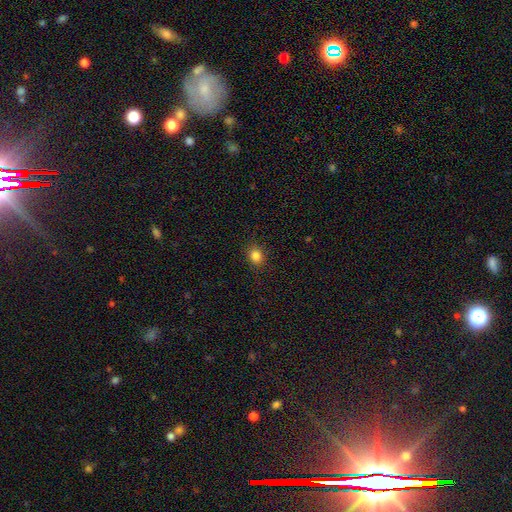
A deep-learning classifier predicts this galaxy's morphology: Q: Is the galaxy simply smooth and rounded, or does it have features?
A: smooth — 84%.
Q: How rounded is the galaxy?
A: round — 66%.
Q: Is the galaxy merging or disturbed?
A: none — 88%.